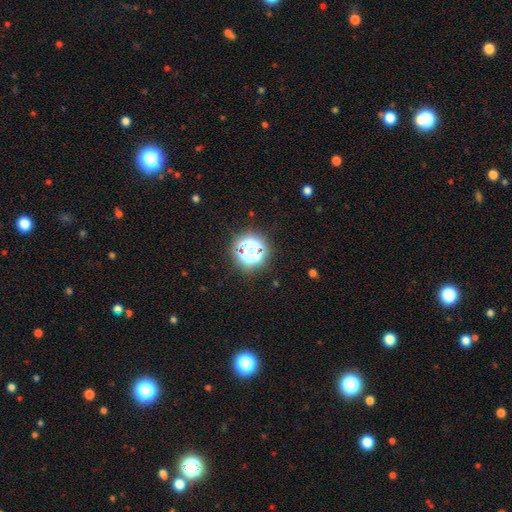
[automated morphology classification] Q: Smooth or featured?
A: star or artifact (54%); runner-up: smooth (35%)